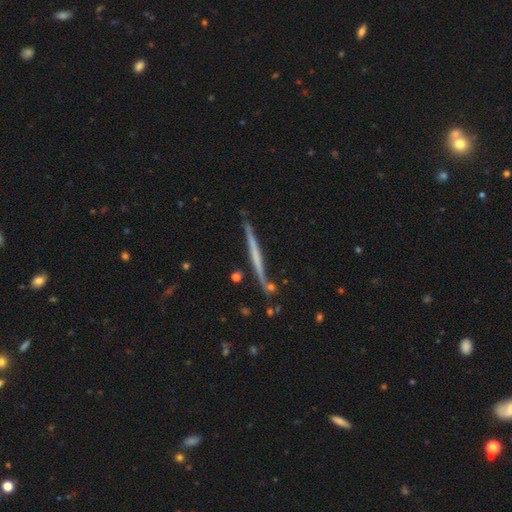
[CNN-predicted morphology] A featured or disk galaxy (60%) viewed edge-on (97%) with no central bulge (84%).

Vote fractions:
- Smooth or featured? featured or disk: 60% / smooth: 34% / star or artifact: 6%
- Edge-on disk? yes: 97% / no: 3%
- Edge-on bulge? none: 84% / rounded: 10% / boxy: 6%
- Merging? none: 84% / minor disturbance: 11% / merger: 3% / major disturbance: 2%